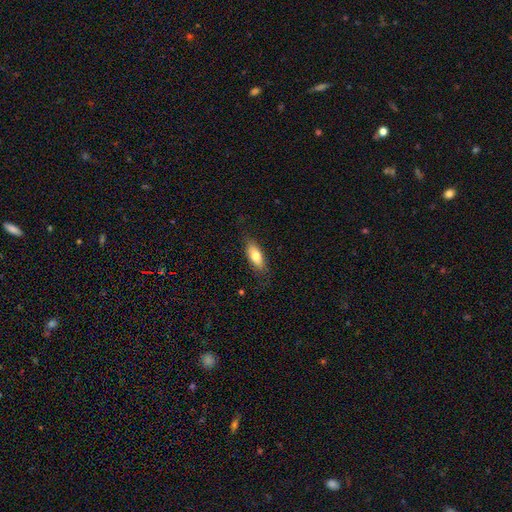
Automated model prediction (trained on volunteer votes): smooth 75%, featured or disk 19%, star or artifact 6%. Down the decision tree: how rounded — in between (77%); merging — none (81%).